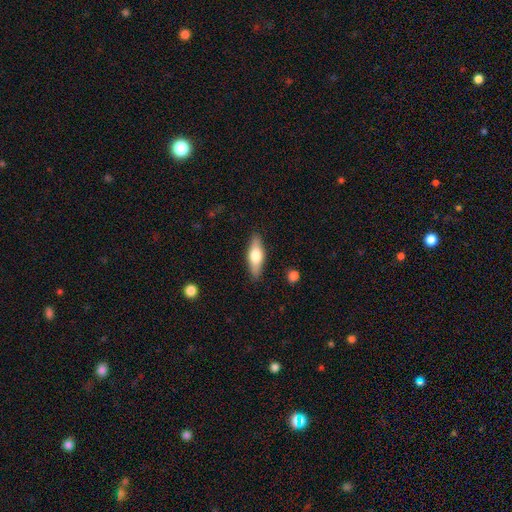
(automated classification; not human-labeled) This is possibly a smooth galaxy (56%). How rounded: possibly in between (57%). Merging: clearly none (87%).